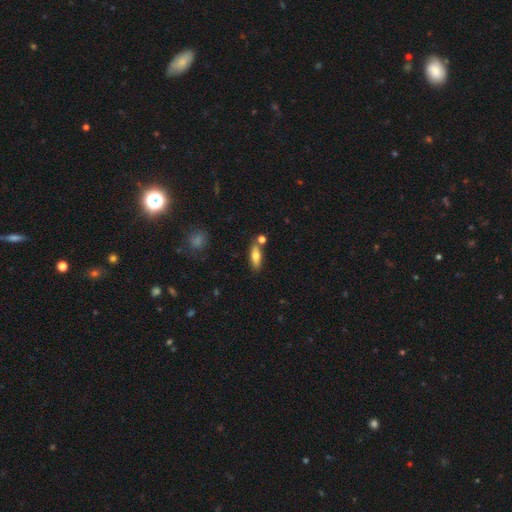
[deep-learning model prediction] Morphology: type=smooth (67%); roundness=in between (54%); merging=none (71%).